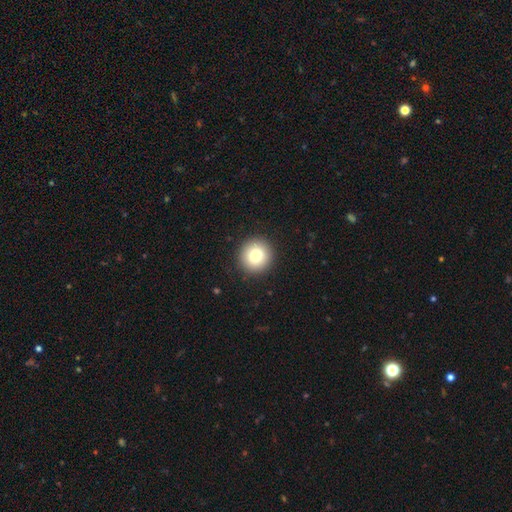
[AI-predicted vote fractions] smooth_or_featured: smooth (p=0.81) [alt: star or artifact p=0.10]
how_rounded: round (p=0.95) [alt: in between p=0.04]
merging: none (p=0.92) [alt: minor disturbance p=0.05]